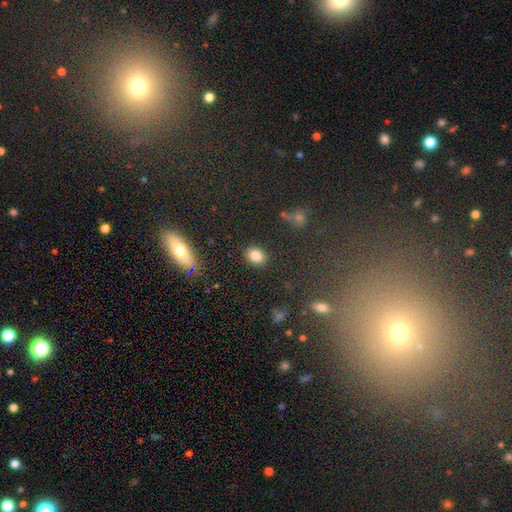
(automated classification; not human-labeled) Smooth or featured? smooth (83%)
How rounded? in between (61%)
Merging? none (88%)